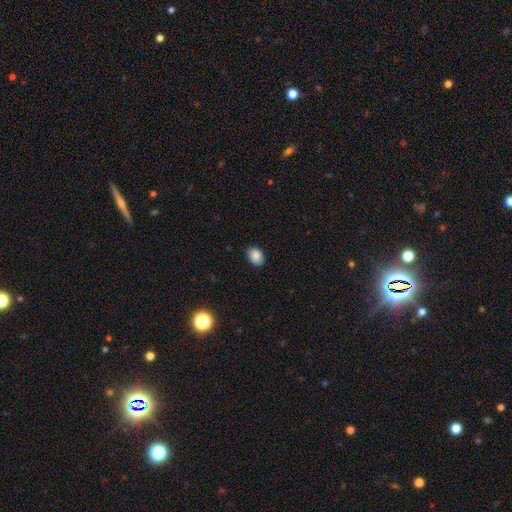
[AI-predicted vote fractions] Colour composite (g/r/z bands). It shows a smooth galaxy with no disk features (86%) that is in between round and cigar-shaped (74%). Merging: none (87%).